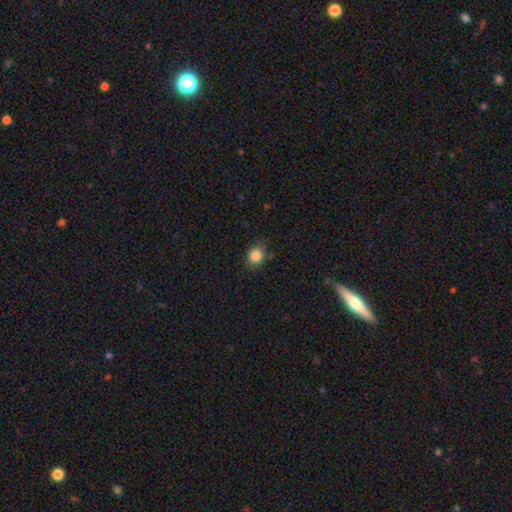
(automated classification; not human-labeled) Smooth or featured?
  - smooth: 85% *
  - star or artifact: 10%
  - featured or disk: 4%
How rounded?
  - round: 69% *
  - in between: 30%
  - cigar-shaped: 1%
Merging?
  - none: 77% *
  - minor disturbance: 17%
  - major disturbance: 4%
  - merger: 1%